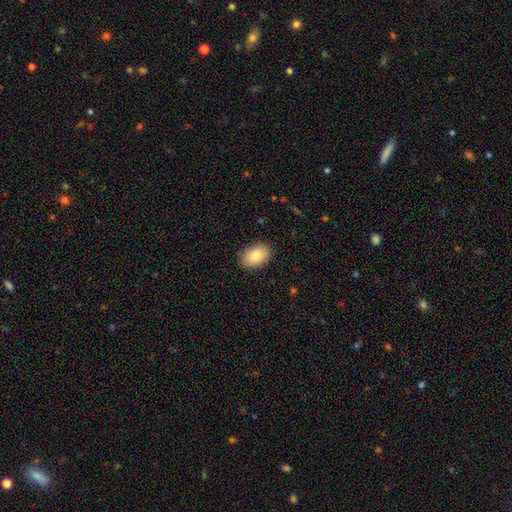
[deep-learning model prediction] This is clearly a smooth galaxy (83%). How rounded: clearly in between (90%). Merging: clearly none (89%).